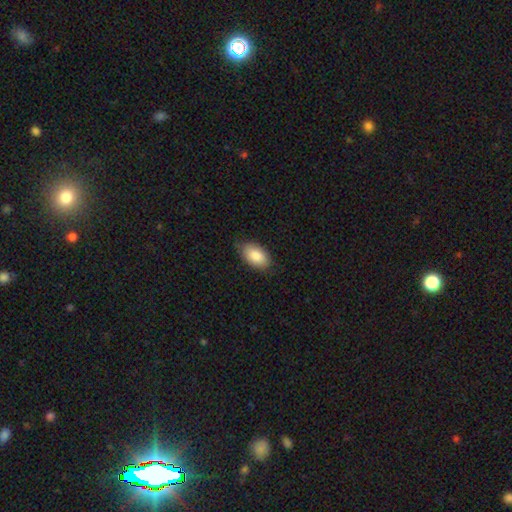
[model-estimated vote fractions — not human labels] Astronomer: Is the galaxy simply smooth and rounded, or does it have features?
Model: smooth — 87%.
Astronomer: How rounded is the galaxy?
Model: in between — 93%.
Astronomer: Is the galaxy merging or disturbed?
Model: none — 76%.